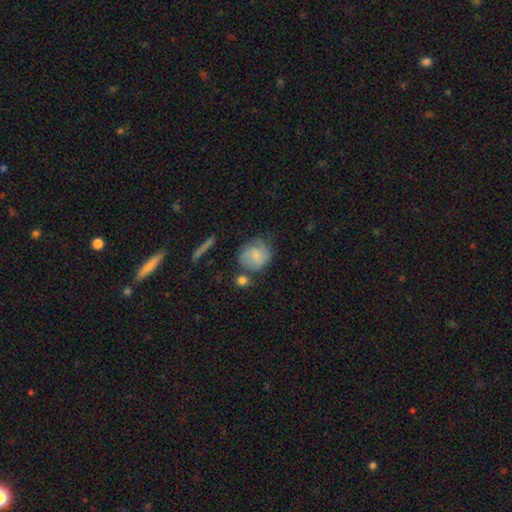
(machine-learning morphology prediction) Smooth or featured?
  - smooth: 60% *
  - featured or disk: 32%
  - star or artifact: 7%
How rounded?
  - round: 76% *
  - in between: 23%
  - cigar-shaped: 1%
Merging?
  - none: 52% *
  - minor disturbance: 24%
  - major disturbance: 13%
  - merger: 10%